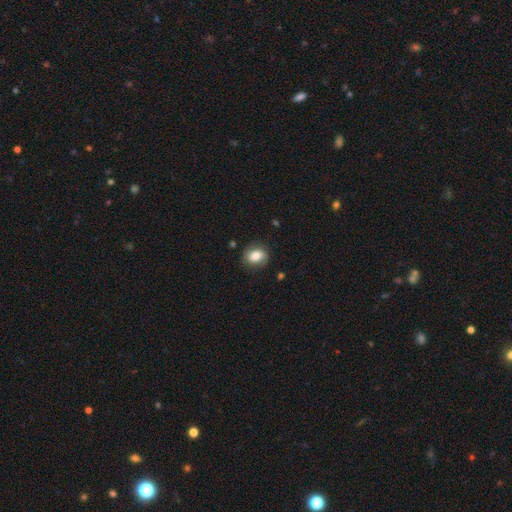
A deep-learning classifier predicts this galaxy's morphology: smooth_or_featured: smooth (p=0.74) [alt: featured or disk p=0.18]
how_rounded: round (p=0.53) [alt: in between p=0.46]
merging: none (p=0.79) [alt: minor disturbance p=0.15]